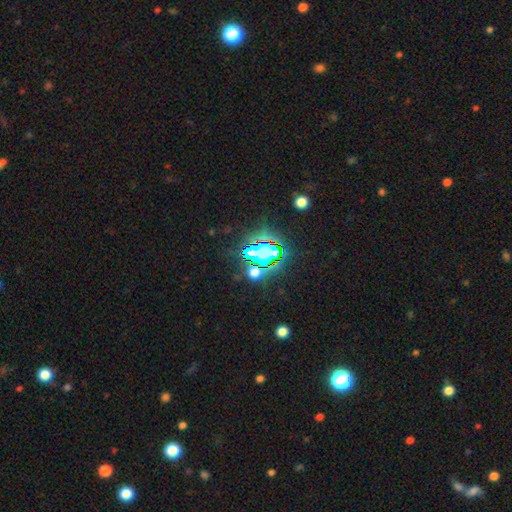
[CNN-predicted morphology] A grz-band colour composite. It shows a star or artifact, not a galaxy (79%).